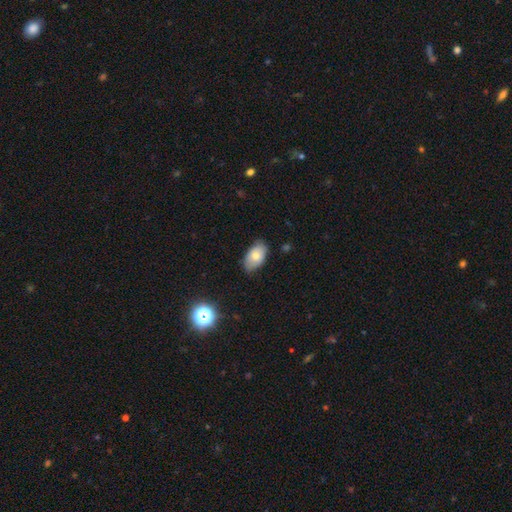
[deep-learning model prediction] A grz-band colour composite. It shows a smooth galaxy with no disk features (72%) that is in between round and cigar-shaped (92%). Merging: none (76%).